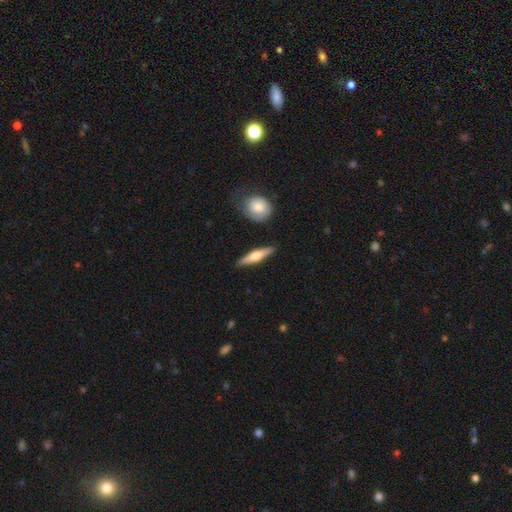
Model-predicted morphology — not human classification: Overall: smooth (50%; featured or disk 44%). How rounded: cigar-shaped (75%). Merging: none (86%).